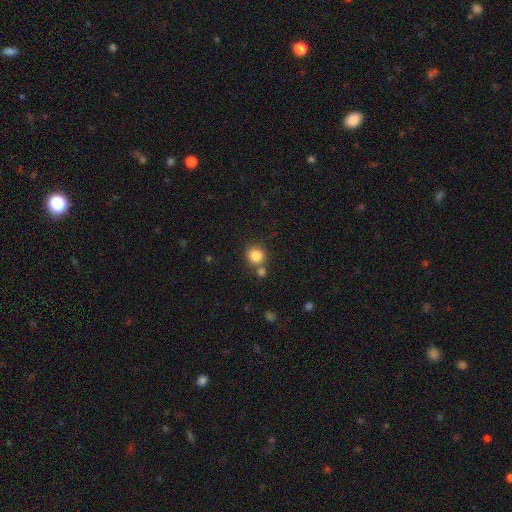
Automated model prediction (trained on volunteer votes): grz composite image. It shows a smooth galaxy with no disk features (84%) that is round (89%). Merging: none (71%).